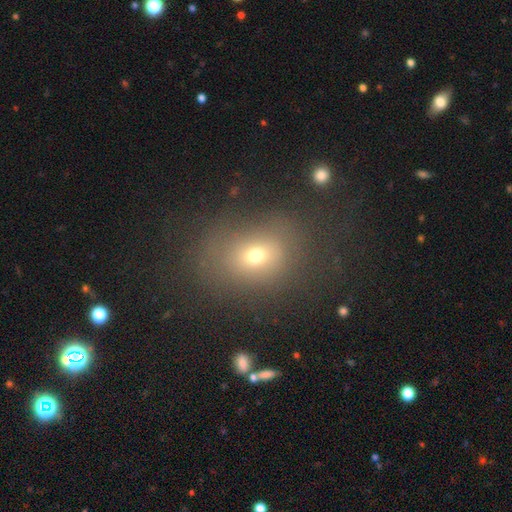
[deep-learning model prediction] A smooth galaxy with no disk features (66%) that is round (51%). Merging: none (67%).